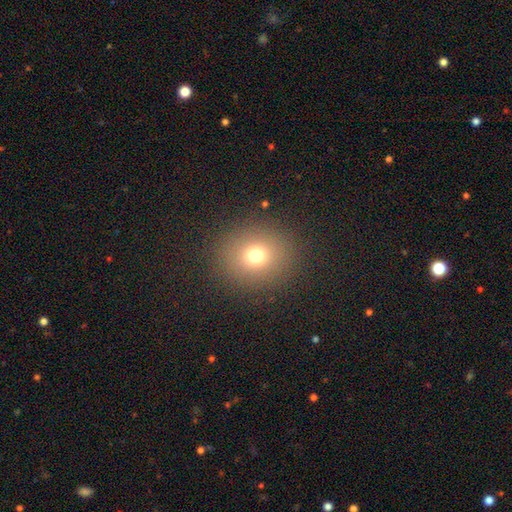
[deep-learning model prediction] A smooth galaxy with no disk features (72%) that is round (81%).

Vote fractions:
- Smooth or featured? smooth: 72% / star or artifact: 18% / featured or disk: 10%
- How rounded? round: 81% / in between: 18% / cigar-shaped: 1%
- Merging? none: 88% / minor disturbance: 7% / major disturbance: 4% / merger: 1%